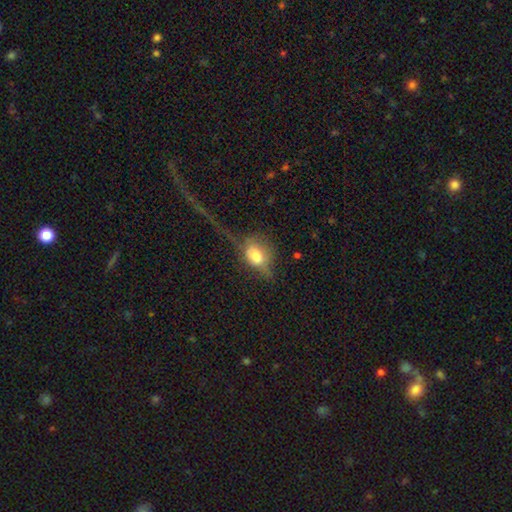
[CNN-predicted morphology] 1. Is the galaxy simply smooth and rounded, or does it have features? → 66% smooth, 23% featured or disk, 11% star or artifact.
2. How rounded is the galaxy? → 65% in between, 31% round, 3% cigar-shaped.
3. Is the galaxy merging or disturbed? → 42% major disturbance, 29% none, 23% minor disturbance, 5% merger.